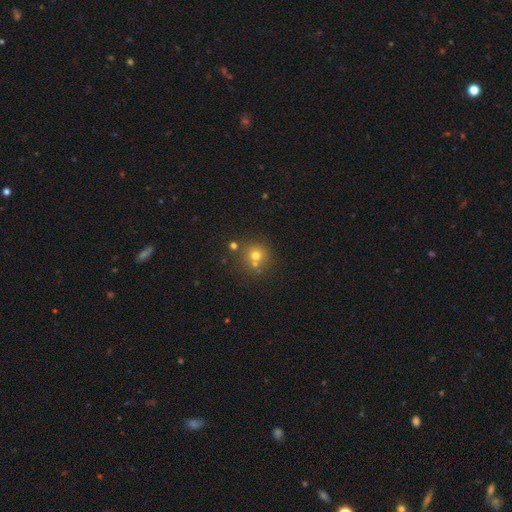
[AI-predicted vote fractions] Smooth or featured?
  - smooth: 69% *
  - star or artifact: 18%
  - featured or disk: 13%
How rounded?
  - round: 90% *
  - in between: 9%
  - cigar-shaped: 1%
Merging?
  - none: 66% *
  - merger: 22%
  - minor disturbance: 9%
  - major disturbance: 3%